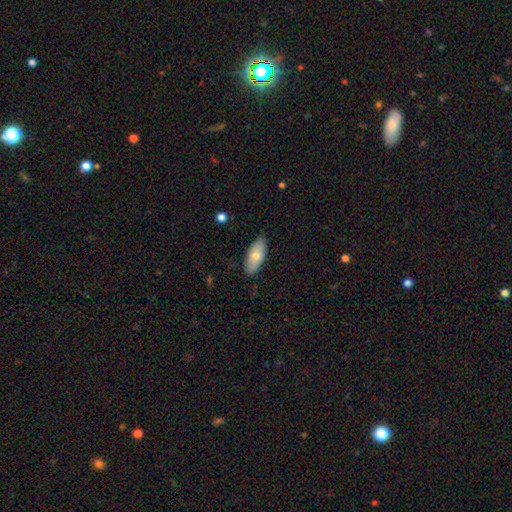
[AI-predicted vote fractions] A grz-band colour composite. It shows a smooth galaxy with no disk features (72%) that is in between round and cigar-shaped (86%). Merging: none (84%).